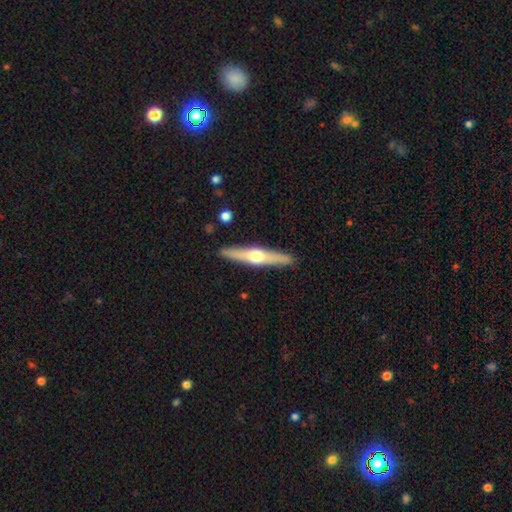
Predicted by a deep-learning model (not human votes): Smooth or featured?
  - featured or disk: 66% *
  - smooth: 29%
  - star or artifact: 5%
Edge-on disk?
  - yes: 97% *
  - no: 3%
Edge-on bulge?
  - rounded: 95% *
  - none: 3%
  - boxy: 3%
Merging?
  - none: 90% *
  - minor disturbance: 7%
  - merger: 1%
  - major disturbance: 1%